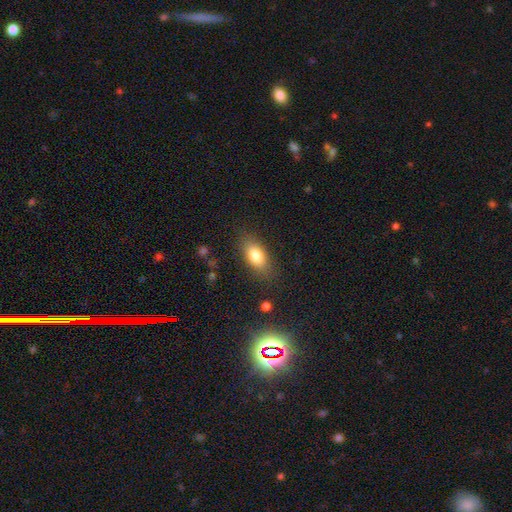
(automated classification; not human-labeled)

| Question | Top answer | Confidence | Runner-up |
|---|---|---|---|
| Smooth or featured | smooth | 80% | featured or disk (12%) |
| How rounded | in between | 85% | cigar-shaped (10%) |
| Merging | none | 81% | minor disturbance (13%) |